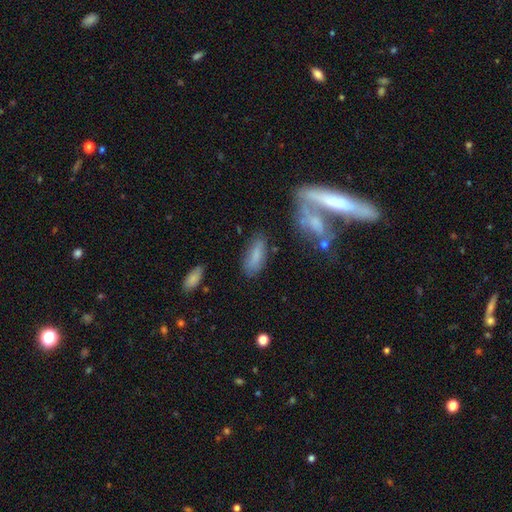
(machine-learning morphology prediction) Smooth or featured?
  - smooth: 74% *
  - featured or disk: 17%
  - star or artifact: 9%
How rounded?
  - in between: 70% *
  - cigar-shaped: 27%
  - round: 3%
Merging?
  - none: 66% *
  - minor disturbance: 19%
  - major disturbance: 8%
  - merger: 8%